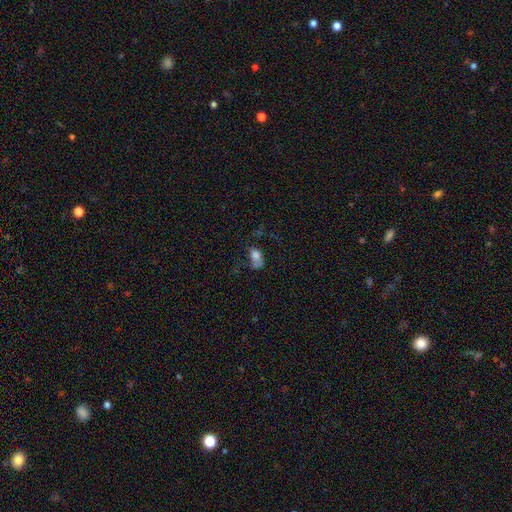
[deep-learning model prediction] This is likely a smooth galaxy (69%). How rounded: clearly in between (81%). Merging: marginally major disturbance (38%).